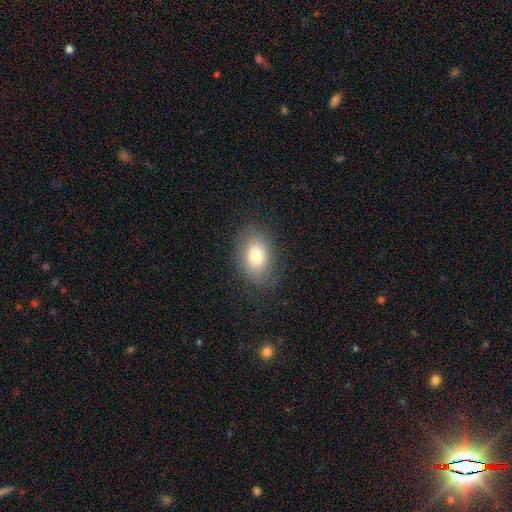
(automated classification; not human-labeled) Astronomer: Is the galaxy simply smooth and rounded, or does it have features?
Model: smooth — 75%.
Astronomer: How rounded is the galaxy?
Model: in between — 84%.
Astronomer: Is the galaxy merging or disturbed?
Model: none — 77%.